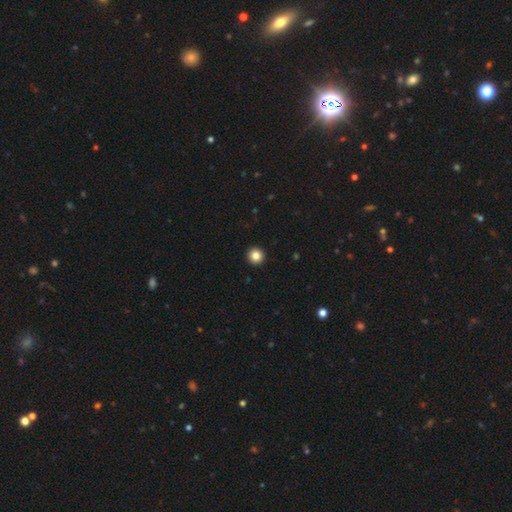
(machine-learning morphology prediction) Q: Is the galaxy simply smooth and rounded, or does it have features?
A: smooth — 85%.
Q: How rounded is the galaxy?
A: round — 97%.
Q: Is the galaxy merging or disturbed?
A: none — 94%.